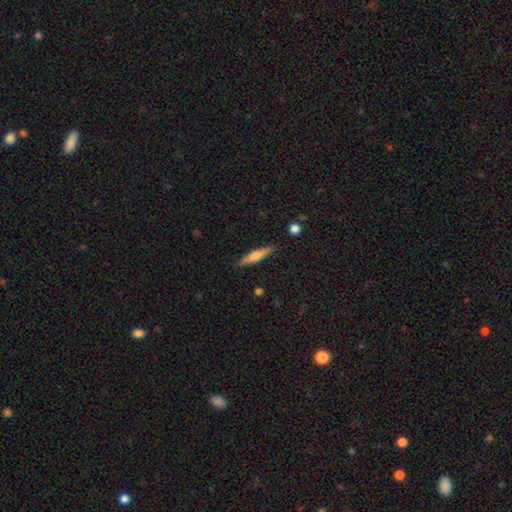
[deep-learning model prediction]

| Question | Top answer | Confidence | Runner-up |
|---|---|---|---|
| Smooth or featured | smooth | 56% | featured or disk (38%) |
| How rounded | cigar-shaped | 87% | in between (11%) |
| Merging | none | 88% | minor disturbance (9%) |